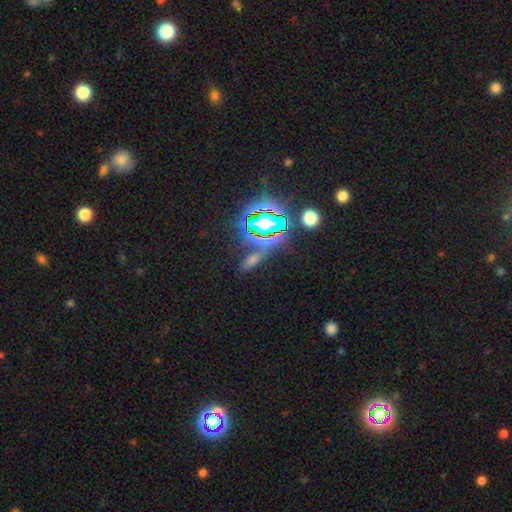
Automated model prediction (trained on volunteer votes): Smooth or featured: star or artifact — 53% (smooth — 31%)